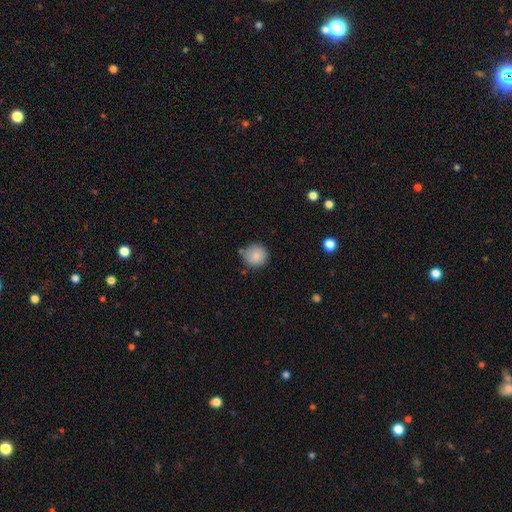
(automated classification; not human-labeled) A smooth galaxy with no disk features (86%) that is round (92%). Merging: none (77%).